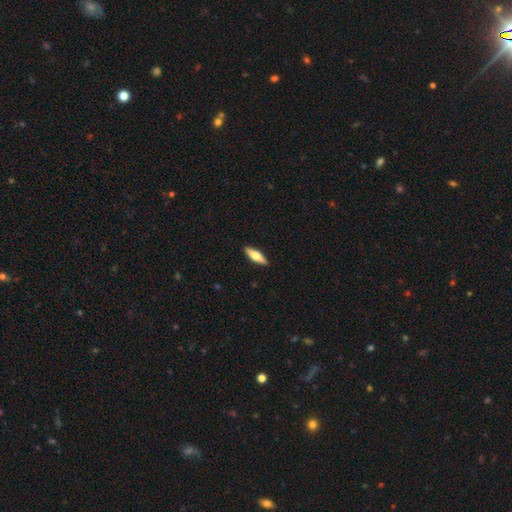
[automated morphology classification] Smooth or featured: smooth — 53% (featured or disk — 42%)
How rounded: cigar-shaped — 50% (in between — 47%)
Merging: none — 90% (minor disturbance — 8%)